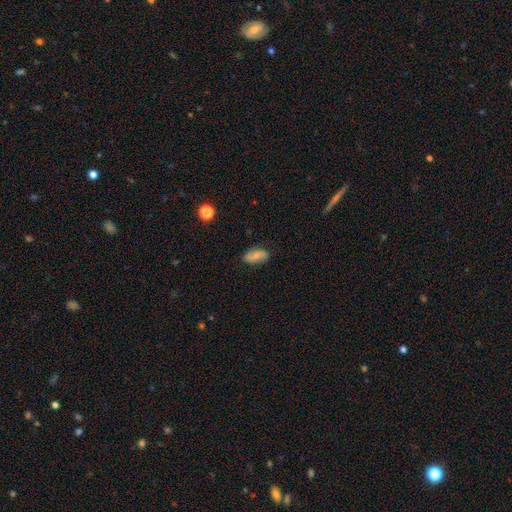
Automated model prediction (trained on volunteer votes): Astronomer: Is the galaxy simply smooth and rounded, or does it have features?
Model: smooth — 55% (runner-up: featured or disk, 36%).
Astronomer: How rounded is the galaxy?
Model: in between — 89%.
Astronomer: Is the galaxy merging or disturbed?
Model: none — 79%.